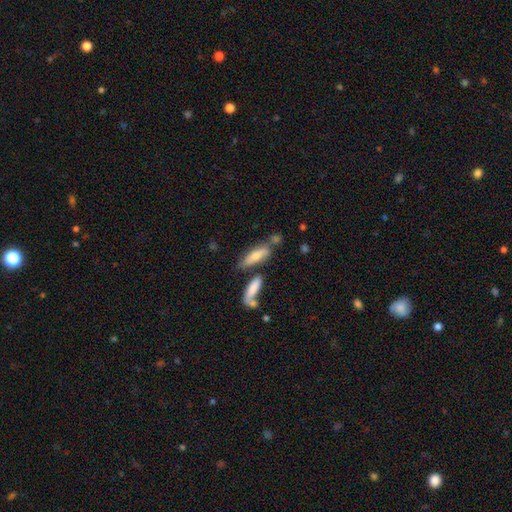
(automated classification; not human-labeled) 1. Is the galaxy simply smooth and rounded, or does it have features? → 67% smooth, 26% featured or disk, 7% star or artifact.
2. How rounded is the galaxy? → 50% cigar-shaped, 48% in between, 2% round.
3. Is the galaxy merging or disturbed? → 54% none, 21% merger, 19% minor disturbance, 7% major disturbance.